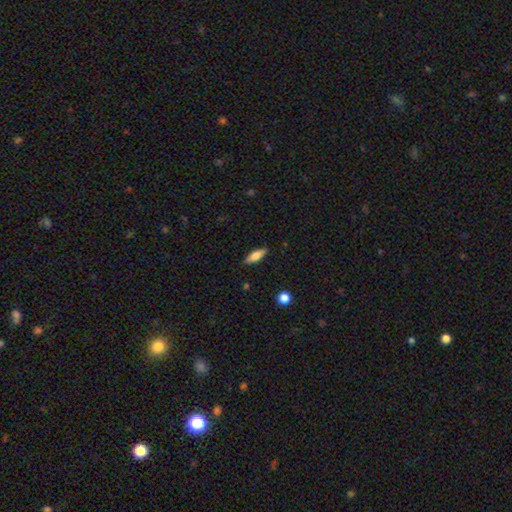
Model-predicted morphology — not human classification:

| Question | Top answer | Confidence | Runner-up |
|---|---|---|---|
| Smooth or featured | smooth | 70% | featured or disk (23%) |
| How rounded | in between | 61% | cigar-shaped (37%) |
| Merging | none | 86% | minor disturbance (10%) |